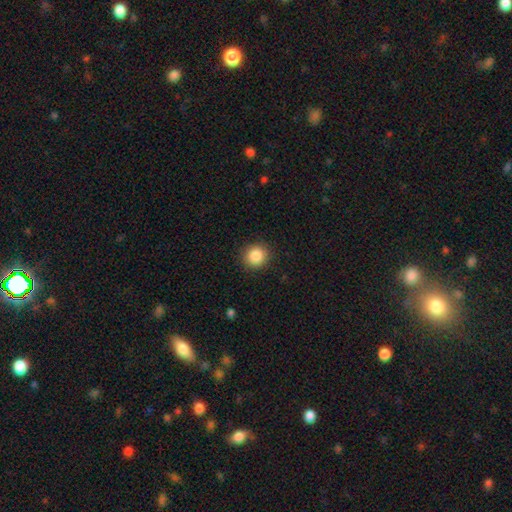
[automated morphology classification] smooth 87%, star or artifact 9%, featured or disk 4%. Down the decision tree: how rounded — round (89%); merging — none (90%).